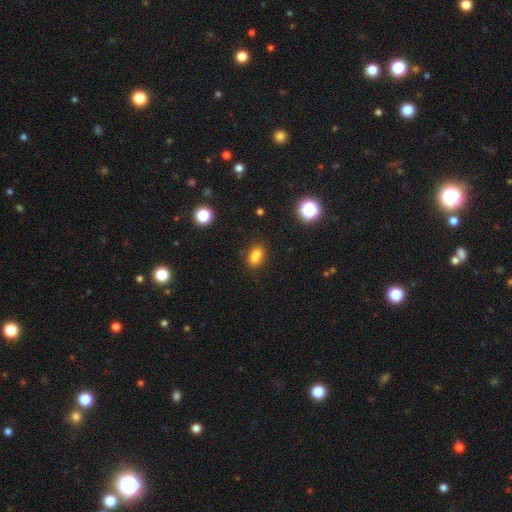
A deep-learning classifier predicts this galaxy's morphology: smooth-or-featured: smooth: 79% | star or artifact: 14% | featured or disk: 7%
  how-rounded: in between: 77% | round: 19% | cigar-shaped: 4%
  merging: none: 68% | minor disturbance: 15% | merger: 12% | major disturbance: 4%